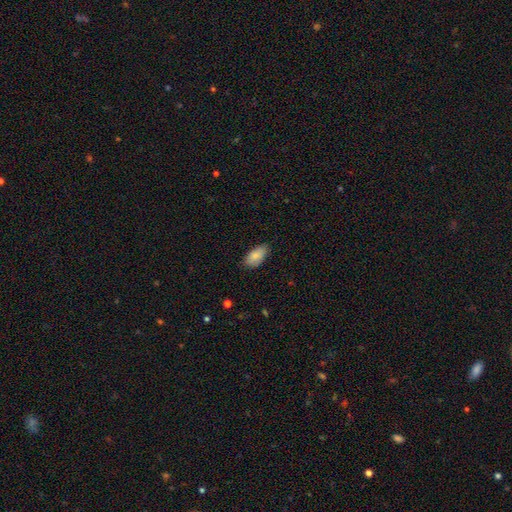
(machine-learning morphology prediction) A smooth galaxy with no disk features (82%) that is in between round and cigar-shaped (93%).

Vote fractions:
- Smooth or featured? smooth: 82% / featured or disk: 11% / star or artifact: 6%
- How rounded? in between: 93% / cigar-shaped: 4% / round: 3%
- Merging? none: 75% / minor disturbance: 21% / major disturbance: 3% / merger: 1%